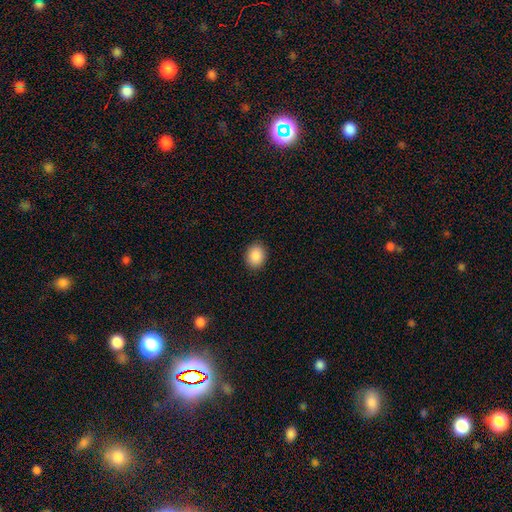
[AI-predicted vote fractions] Smooth or featured? smooth (89%)
How rounded? in between (52%)
Merging? none (90%)